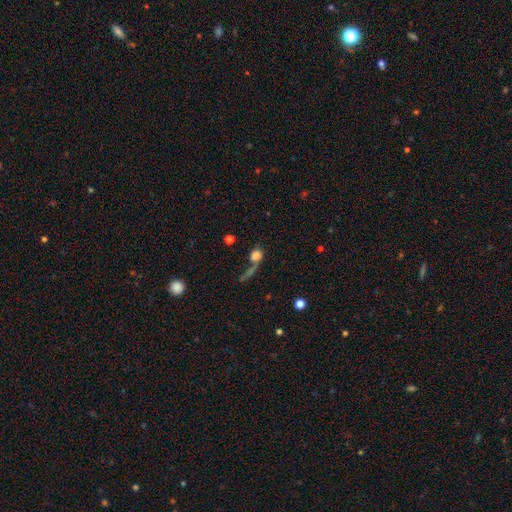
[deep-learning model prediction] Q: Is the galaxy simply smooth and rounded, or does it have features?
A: smooth — 70%.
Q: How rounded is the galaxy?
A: round — 64%.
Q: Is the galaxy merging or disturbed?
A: none — 35%.